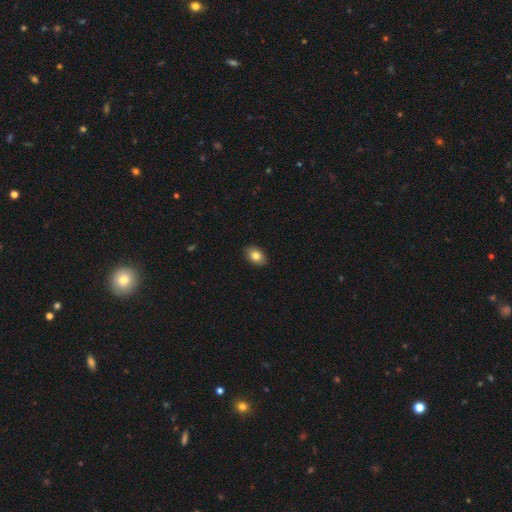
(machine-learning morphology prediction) type=smooth (82%); roundness=in between (81%); merging=none (89%).